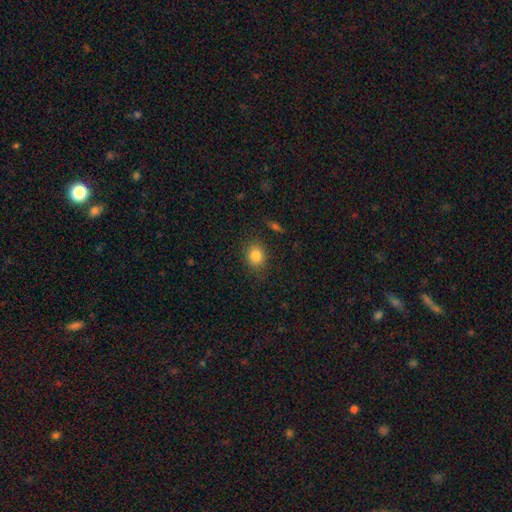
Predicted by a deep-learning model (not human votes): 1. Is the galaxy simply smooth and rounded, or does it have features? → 84% smooth, 10% star or artifact, 6% featured or disk.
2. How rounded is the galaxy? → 66% round, 33% in between, 1% cigar-shaped.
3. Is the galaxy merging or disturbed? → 83% none, 12% minor disturbance, 3% major disturbance, 2% merger.